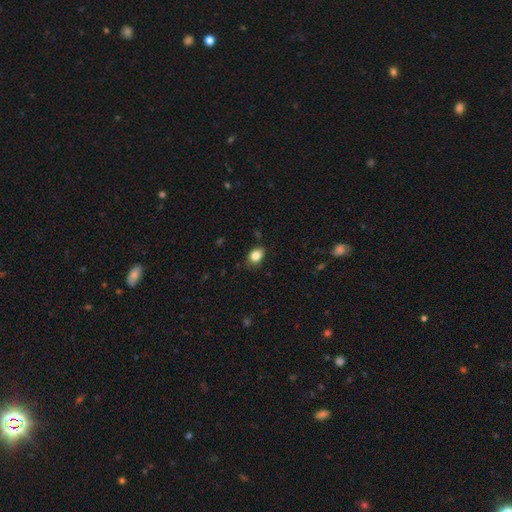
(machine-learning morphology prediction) This appears to be a smooth galaxy with no disk features (84%) that is in between round and cigar-shaped (72%). Merging: none (80%).